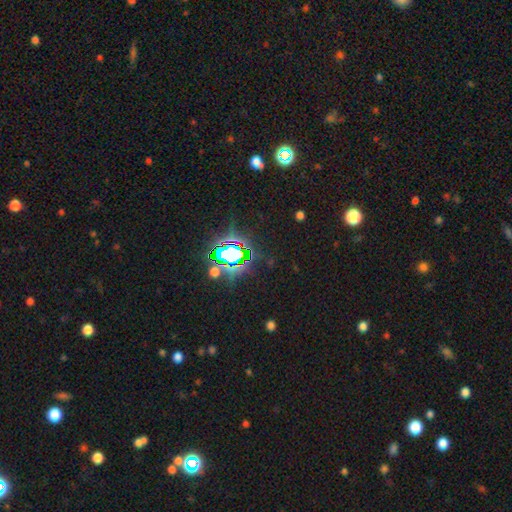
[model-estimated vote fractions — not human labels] Smooth or featured: star or artifact — 82% (smooth — 11%)